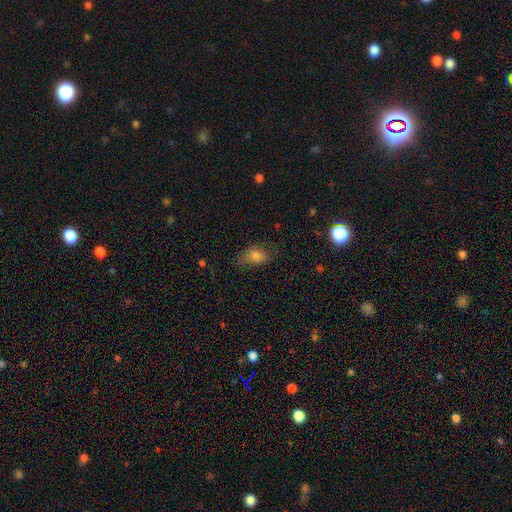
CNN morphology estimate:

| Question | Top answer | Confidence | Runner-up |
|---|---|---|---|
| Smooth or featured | smooth | 73% | featured or disk (14%) |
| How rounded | in between | 81% | round (16%) |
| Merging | none | 57% | minor disturbance (28%) |